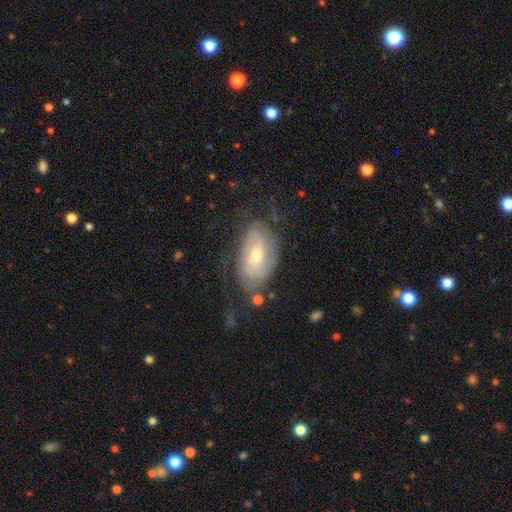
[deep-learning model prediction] This appears to be a featured or disk galaxy (74%) with no bar (45%), can't tell (40%, tied with 2) tight (53%) spiral arms (86%) and a moderate central bulge (50%). Merging: none (60%).